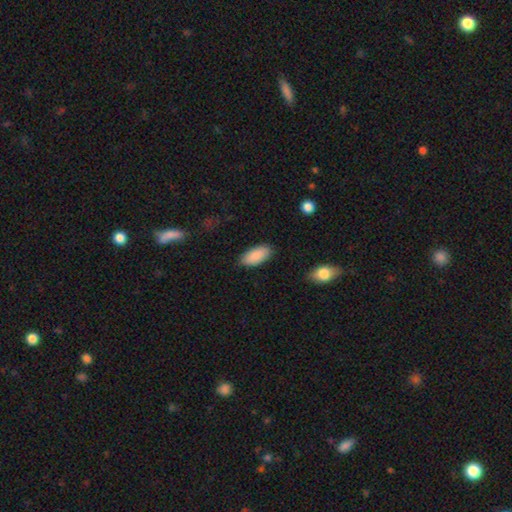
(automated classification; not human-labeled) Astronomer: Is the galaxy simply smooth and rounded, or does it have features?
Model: smooth — 89%.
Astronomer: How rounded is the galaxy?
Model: in between — 92%.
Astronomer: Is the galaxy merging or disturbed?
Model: none — 85%.